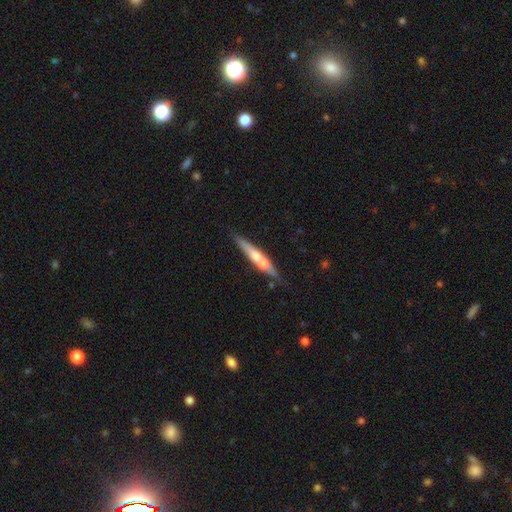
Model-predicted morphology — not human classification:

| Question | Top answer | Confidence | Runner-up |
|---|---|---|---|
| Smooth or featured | featured or disk | 54% | smooth (40%) |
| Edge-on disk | yes | 91% | no (9%) |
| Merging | none | 63% | merger (20%) |